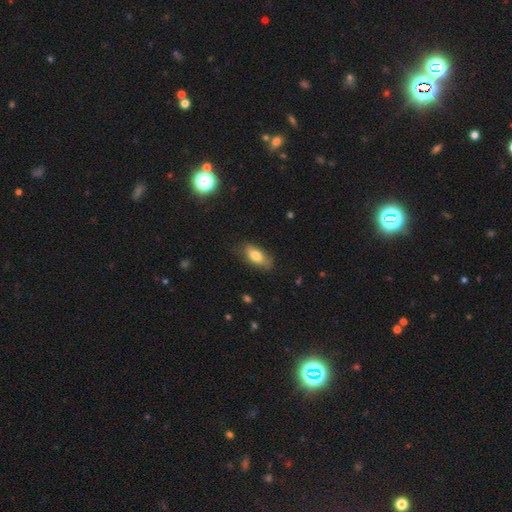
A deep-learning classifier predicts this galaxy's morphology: Q: Smooth or featured?
A: smooth (74%); runner-up: featured or disk (18%)
Q: How rounded?
A: in between (84%); runner-up: cigar-shaped (13%)
Q: Merging?
A: none (72%); runner-up: minor disturbance (22%)